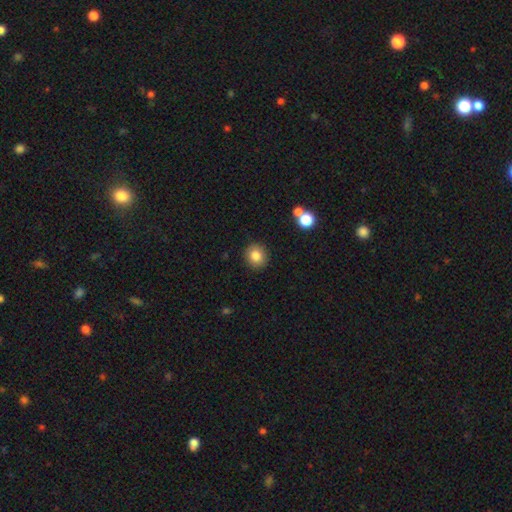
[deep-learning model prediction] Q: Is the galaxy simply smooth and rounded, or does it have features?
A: smooth — 83%.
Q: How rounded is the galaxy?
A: round — 84%.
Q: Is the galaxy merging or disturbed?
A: none — 89%.